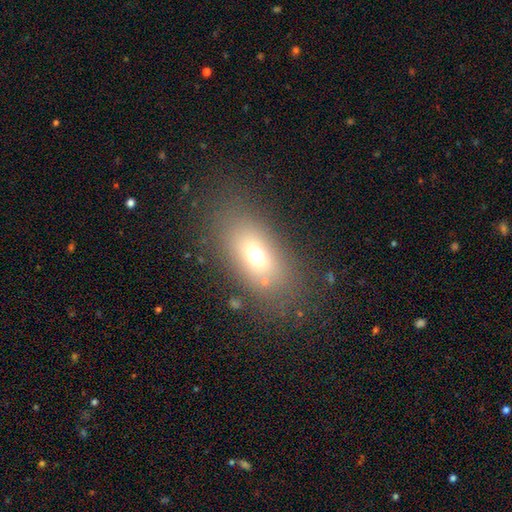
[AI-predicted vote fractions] Q: Smooth or featured?
A: smooth (66%); runner-up: featured or disk (17%)
Q: How rounded?
A: in between (79%); runner-up: round (16%)
Q: Merging?
A: none (77%); runner-up: minor disturbance (12%)